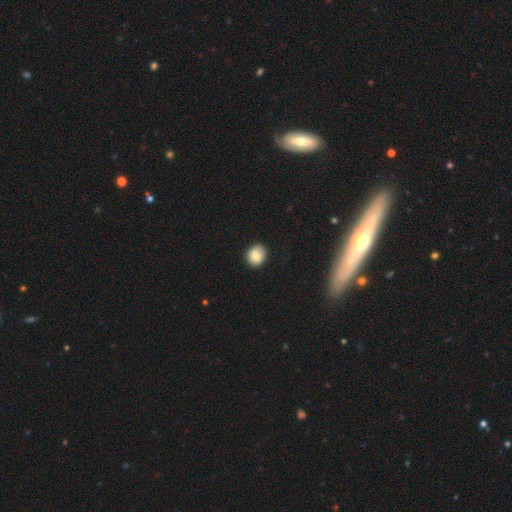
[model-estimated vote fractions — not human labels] Smooth or featured: smooth — 79% (featured or disk — 12%)
How rounded: round — 74% (in between — 25%)
Merging: none — 84% (minor disturbance — 12%)